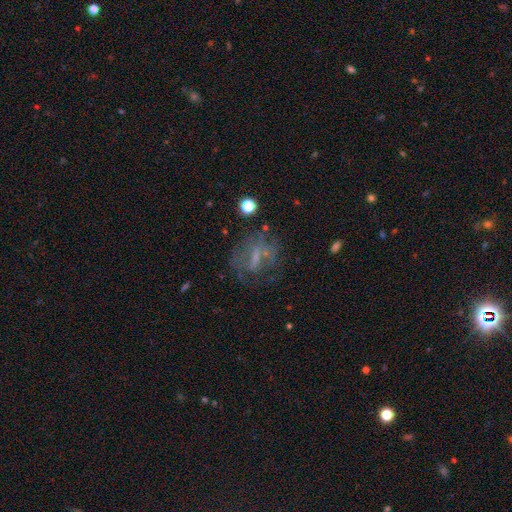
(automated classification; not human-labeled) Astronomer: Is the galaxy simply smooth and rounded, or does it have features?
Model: featured or disk — 48% (runner-up: smooth, 32%).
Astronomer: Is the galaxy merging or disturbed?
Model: none — 55%.